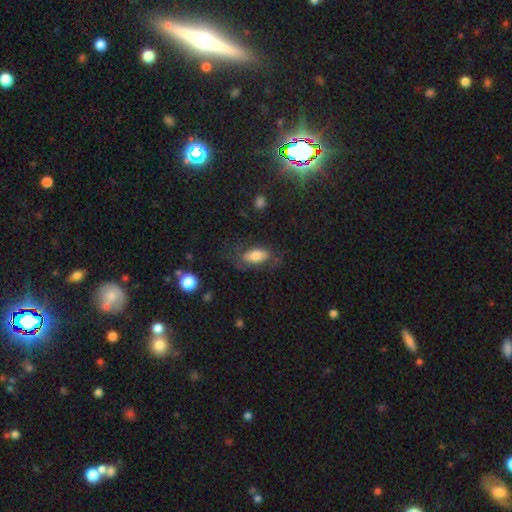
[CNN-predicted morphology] A smooth galaxy with no disk features (62%) that is in between round and cigar-shaped (88%).

Vote fractions:
- Smooth or featured? smooth: 62% / featured or disk: 30% / star or artifact: 8%
- How rounded? in between: 88% / cigar-shaped: 7% / round: 4%
- Merging? none: 59% / minor disturbance: 21% / major disturbance: 18% / merger: 2%